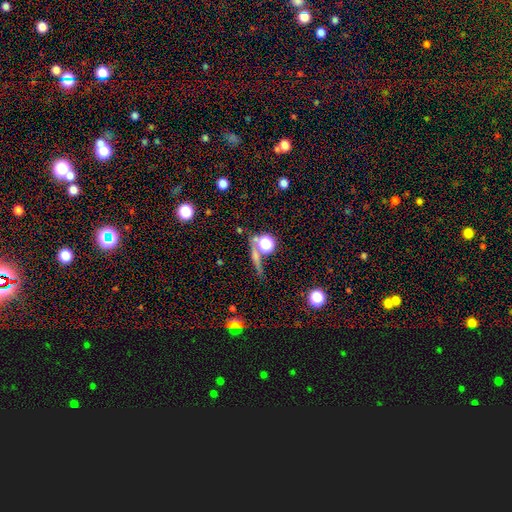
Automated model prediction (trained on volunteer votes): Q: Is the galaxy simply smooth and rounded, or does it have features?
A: smooth — 39%.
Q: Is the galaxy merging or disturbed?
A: none — 68%.